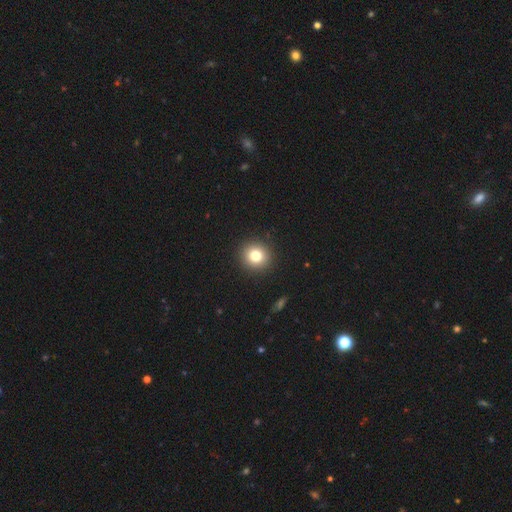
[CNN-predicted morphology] smooth_or_featured: smooth (p=0.80) [alt: star or artifact p=0.12]
how_rounded: round (p=0.91) [alt: in between p=0.08]
merging: none (p=0.92) [alt: minor disturbance p=0.05]